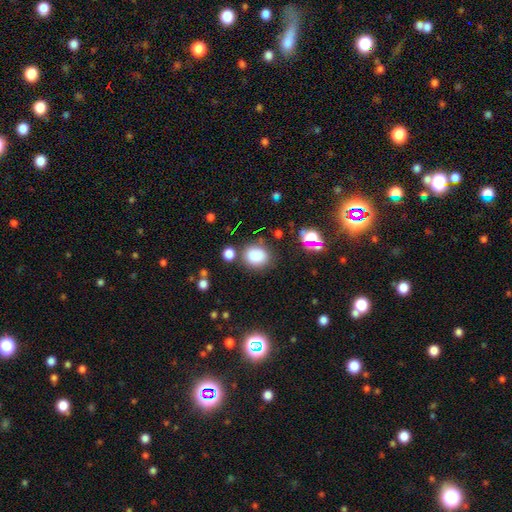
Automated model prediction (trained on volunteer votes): Overall: smooth (82%). How rounded: round (62%; in between 36%). Merging: none (75%).